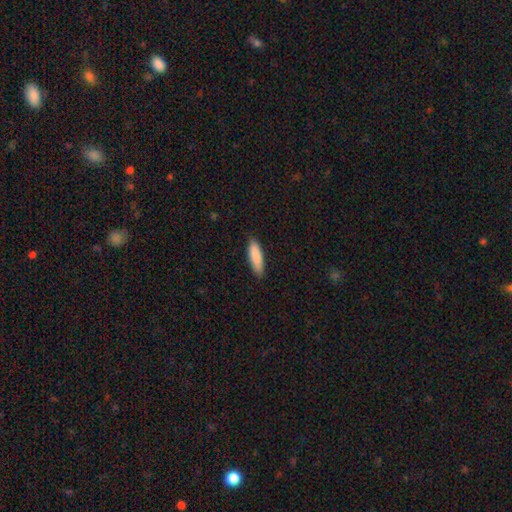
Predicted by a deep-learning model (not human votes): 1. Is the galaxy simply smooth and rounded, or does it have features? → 87% smooth, 7% featured or disk, 6% star or artifact.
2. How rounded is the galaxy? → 55% cigar-shaped, 43% in between, 1% round.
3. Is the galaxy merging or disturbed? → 87% none, 10% minor disturbance, 2% major disturbance, 1% merger.